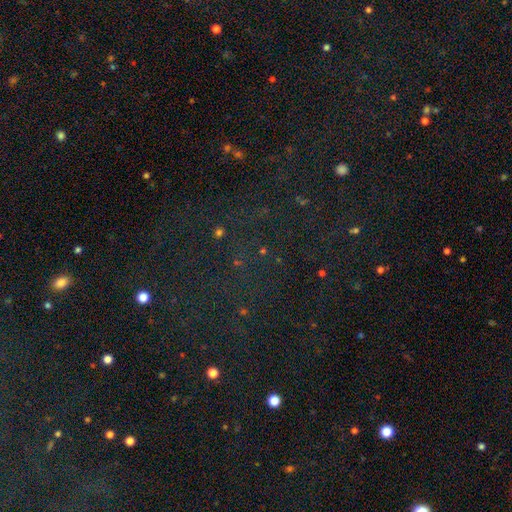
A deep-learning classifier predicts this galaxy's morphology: star or artifact 74%, smooth 15%, featured or disk 11%.